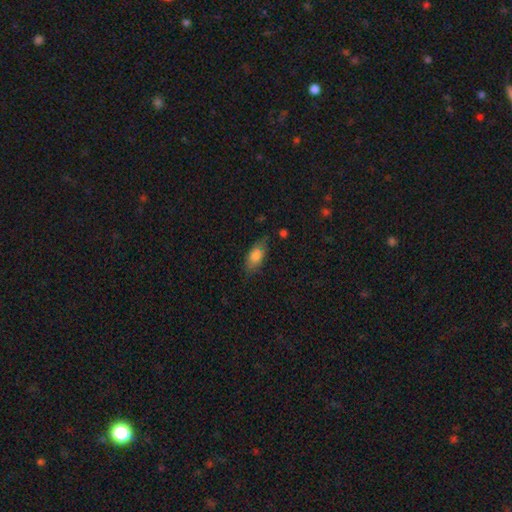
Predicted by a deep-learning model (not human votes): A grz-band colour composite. It shows a smooth galaxy with no disk features (79%) that is in between round and cigar-shaped (85%). Merging: none (71%).